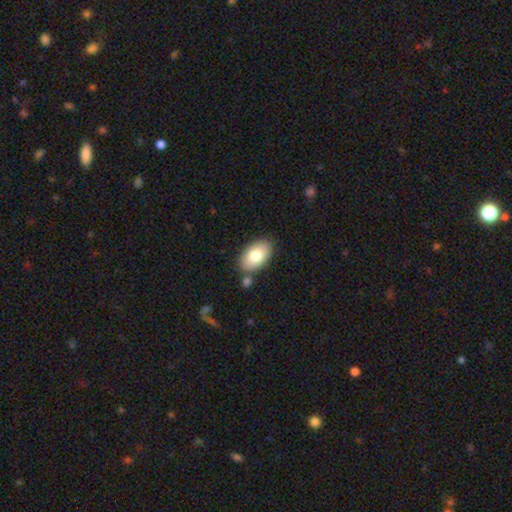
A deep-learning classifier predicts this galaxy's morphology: This is likely a smooth galaxy (79%). How rounded: clearly in between (93%). Merging: likely none (77%).